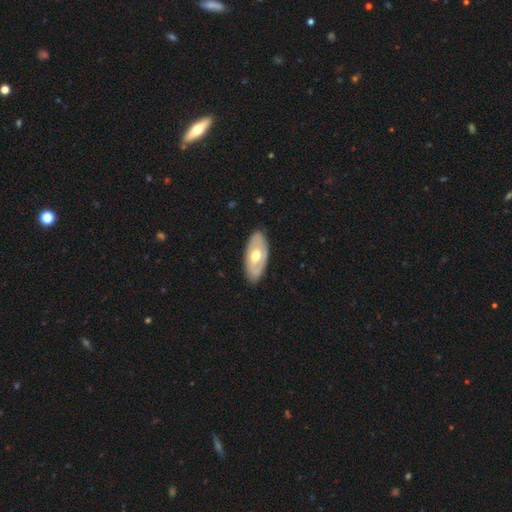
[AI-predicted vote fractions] This is possibly a featured or disk galaxy (52%). It is clearly not viewed edge-on (81%). Merging: clearly none (85%).